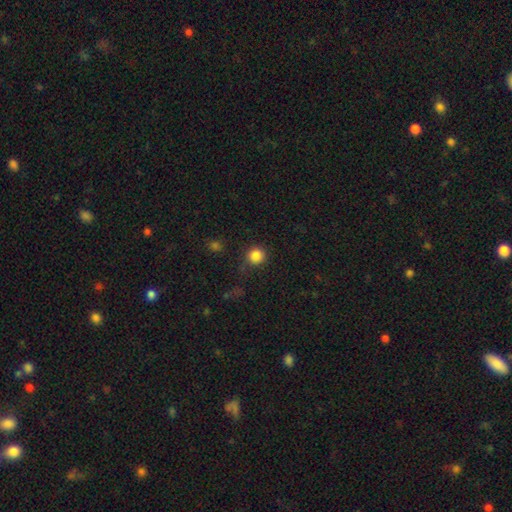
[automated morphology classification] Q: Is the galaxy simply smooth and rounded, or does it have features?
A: smooth — 85%.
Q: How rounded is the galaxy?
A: round — 93%.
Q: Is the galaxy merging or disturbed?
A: none — 82%.